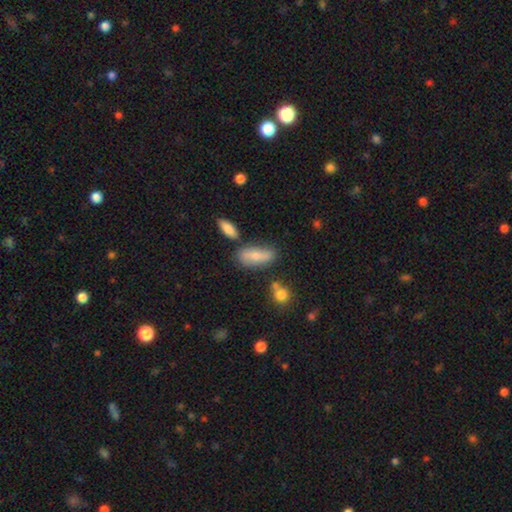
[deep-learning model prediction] A smooth galaxy with no disk features (67%) that is in between round and cigar-shaped (76%). Merging: none (64%).